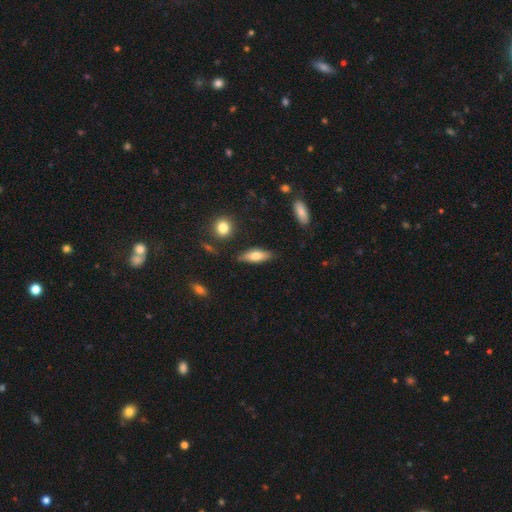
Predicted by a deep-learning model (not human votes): A smooth galaxy with no disk features (68%) that is in between round and cigar-shaped (53%).

Vote fractions:
- Smooth or featured? smooth: 68% / featured or disk: 25% / star or artifact: 7%
- How rounded? in between: 53% / cigar-shaped: 44% / round: 3%
- Merging? none: 80% / minor disturbance: 14% / major disturbance: 3% / merger: 3%